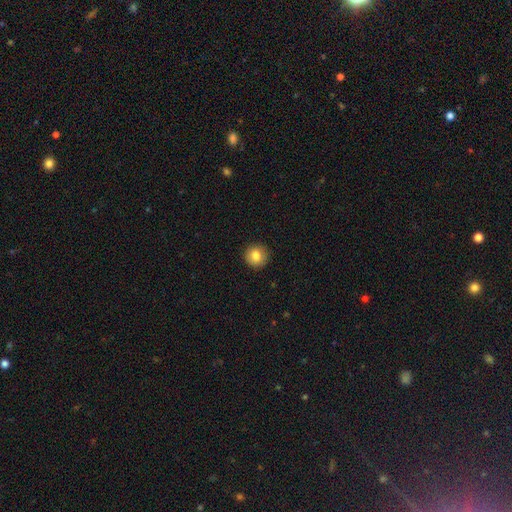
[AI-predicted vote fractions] smooth 83%, star or artifact 9%, featured or disk 8%. Down the decision tree: how rounded — round (94%); merging — none (92%).